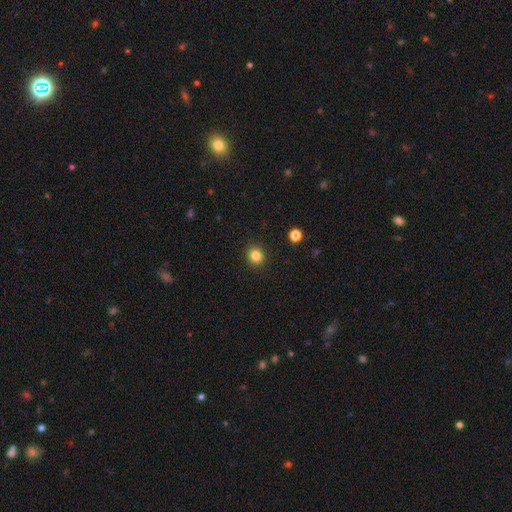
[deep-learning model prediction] This appears to be a smooth galaxy with no disk features (83%) that is round (82%). Merging: none (92%).